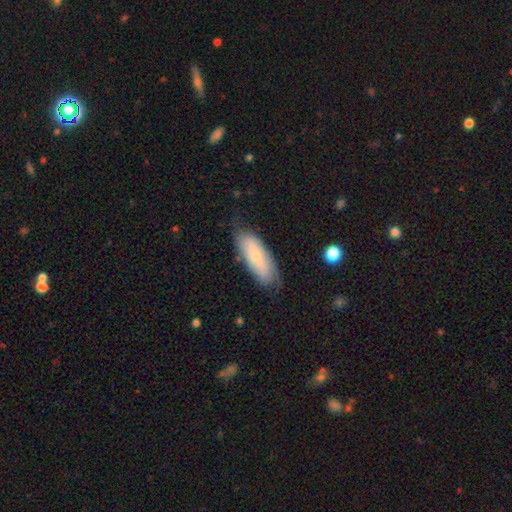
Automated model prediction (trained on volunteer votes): smooth_or_featured: smooth (p=0.61) [alt: featured or disk p=0.33]
how_rounded: in between (p=0.70) [alt: cigar-shaped p=0.28]
merging: none (p=0.70) [alt: minor disturbance p=0.23]